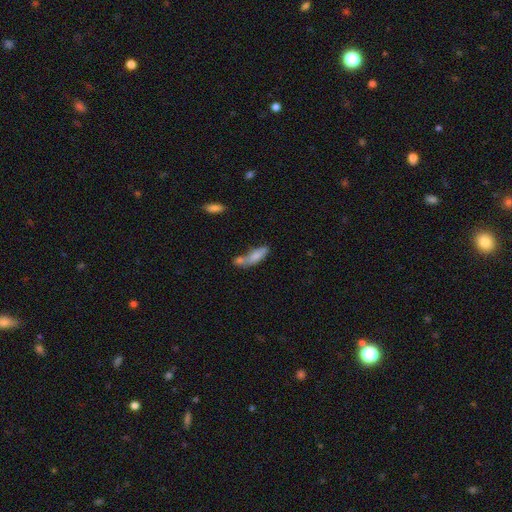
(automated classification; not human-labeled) Smooth or featured: smooth — 77% (featured or disk — 15%)
How rounded: in between — 56% (cigar-shaped — 41%)
Merging: merger — 47% (none — 29%)